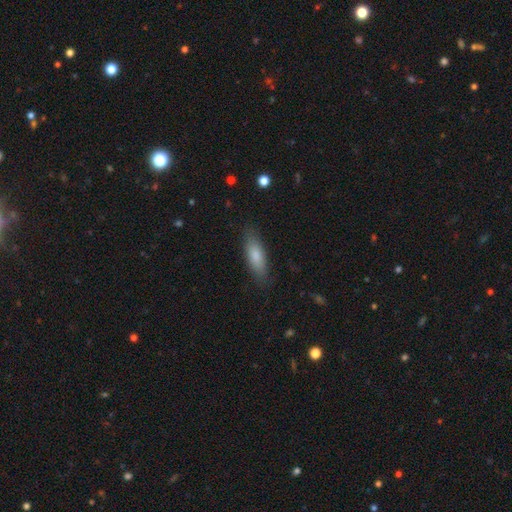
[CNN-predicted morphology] smooth 81%, featured or disk 13%, star or artifact 6%. Down the decision tree: how rounded — in between (54%); merging — none (84%).